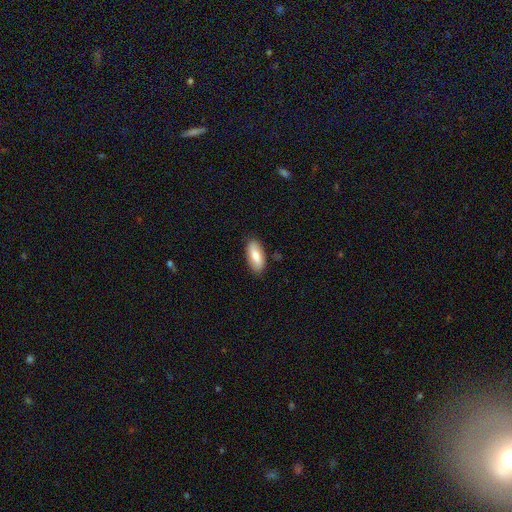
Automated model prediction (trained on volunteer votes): A smooth galaxy with no disk features (80%) that is in between round and cigar-shaped (85%). Merging: none (85%).